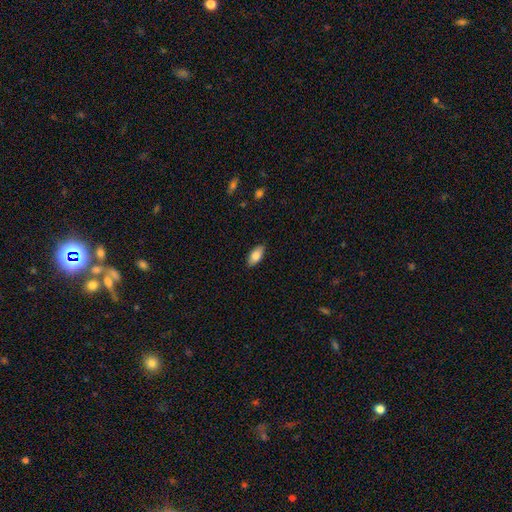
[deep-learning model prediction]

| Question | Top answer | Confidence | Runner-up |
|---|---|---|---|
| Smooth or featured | smooth | 82% | featured or disk (12%) |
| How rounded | in between | 89% | cigar-shaped (8%) |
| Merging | none | 86% | minor disturbance (11%) |